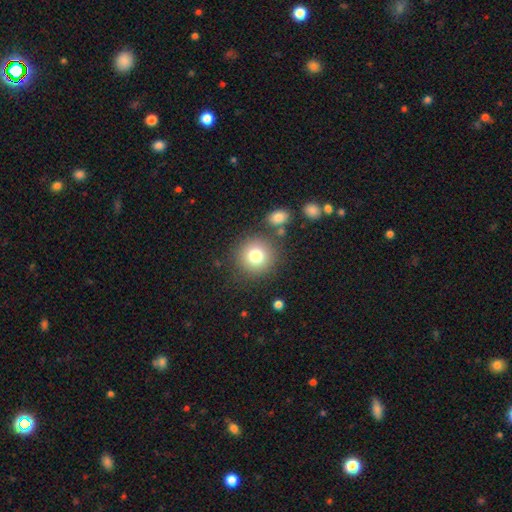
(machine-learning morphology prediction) A smooth galaxy with no disk features (78%) that is round (93%). Merging: none (82%).